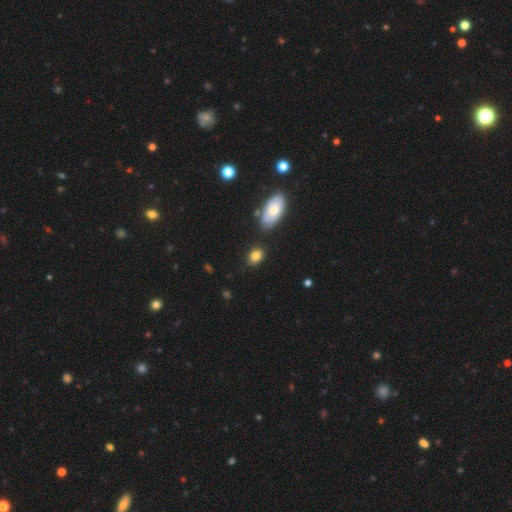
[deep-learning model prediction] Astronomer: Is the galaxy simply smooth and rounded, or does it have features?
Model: smooth — 83%.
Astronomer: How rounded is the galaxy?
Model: in between — 71%.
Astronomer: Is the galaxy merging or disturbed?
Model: none — 79%.